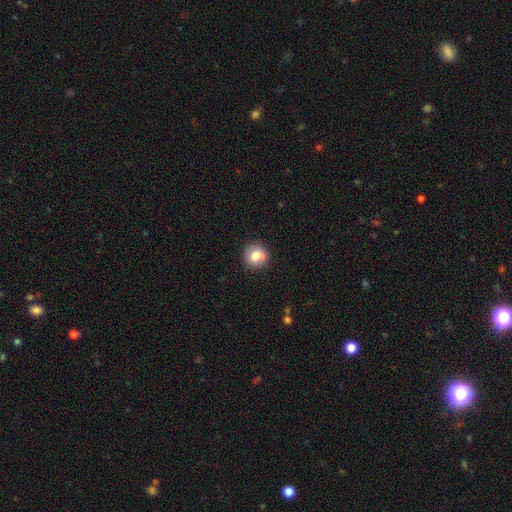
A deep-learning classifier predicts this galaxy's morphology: Smooth or featured? Predicted: smooth (p=0.74). How rounded? Predicted: round (p=0.89). Merging? Predicted: none (p=0.69).